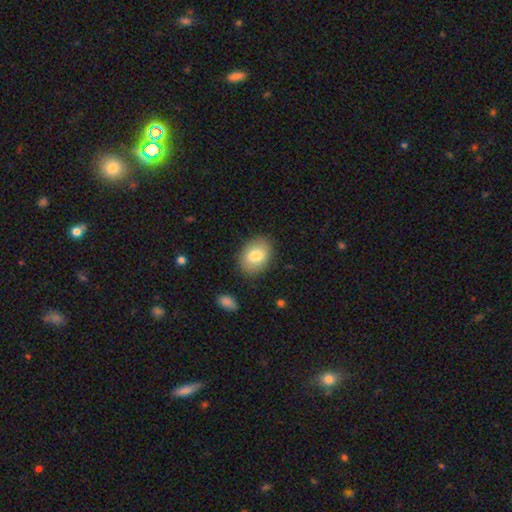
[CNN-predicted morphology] A smooth galaxy with no disk features (79%) that is in between round and cigar-shaped (71%). Merging: none (85%).